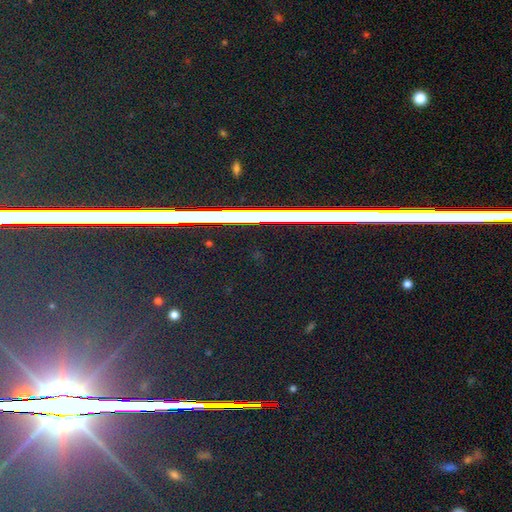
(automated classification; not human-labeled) Overall: star or artifact (81%).